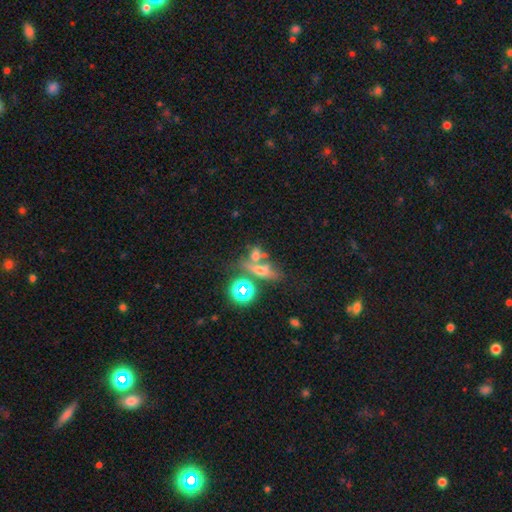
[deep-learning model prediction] Smooth or featured: smooth — 51% (star or artifact — 27%)
How rounded: in between — 52% (round — 25%)
Merging: merger — 45% (none — 37%)